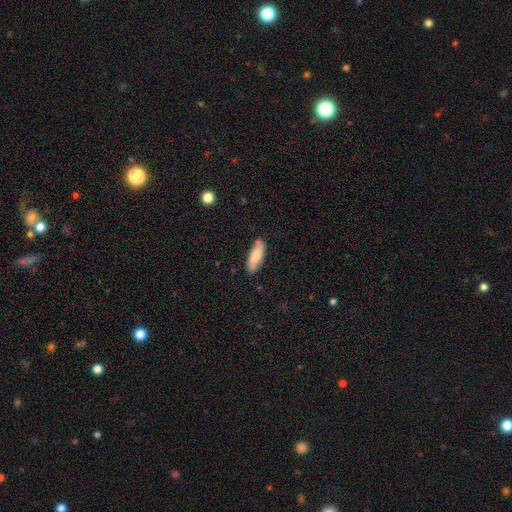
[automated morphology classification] Smooth or featured? Predicted: smooth (p=0.73). How rounded? Predicted: in between (p=0.61). Merging? Predicted: none (p=0.81).